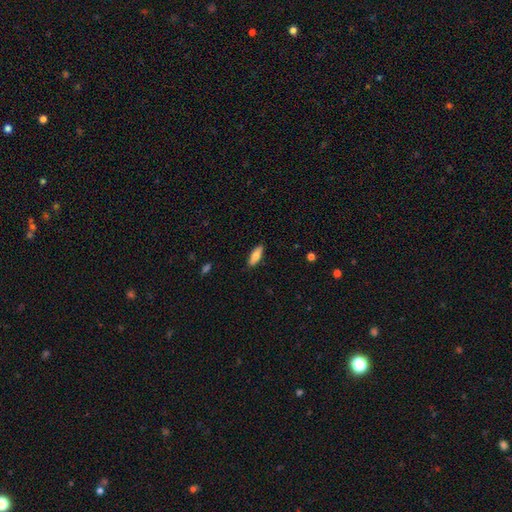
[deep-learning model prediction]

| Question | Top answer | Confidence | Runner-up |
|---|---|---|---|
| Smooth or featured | smooth | 76% | featured or disk (18%) |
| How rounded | in between | 68% | cigar-shaped (30%) |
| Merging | none | 88% | minor disturbance (9%) |